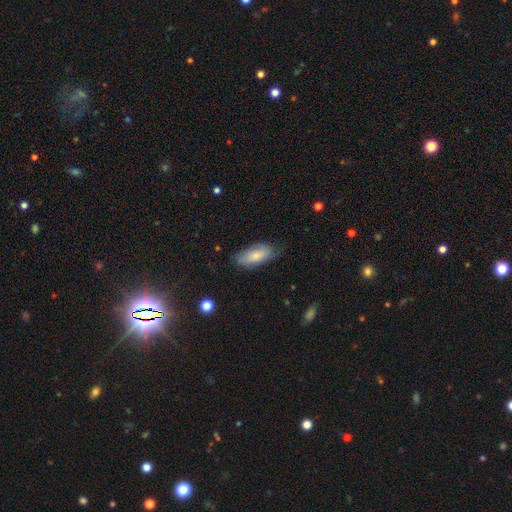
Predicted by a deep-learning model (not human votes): smooth 79%, featured or disk 15%, star or artifact 6%. Down the decision tree: how rounded — in between (85%); merging — none (68%).